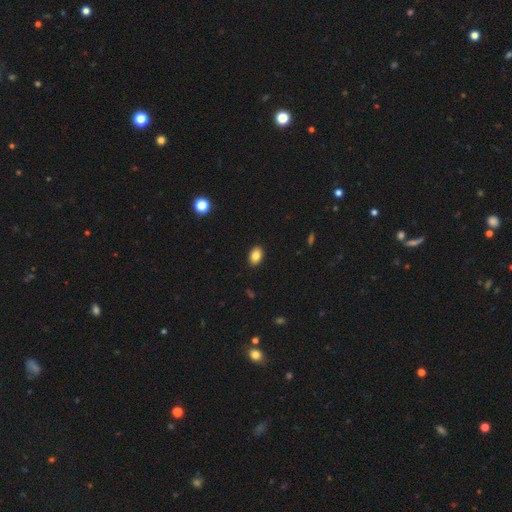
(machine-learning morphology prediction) This appears to be a smooth galaxy with no disk features (86%) that is in between round and cigar-shaped (84%). Merging: none (90%).